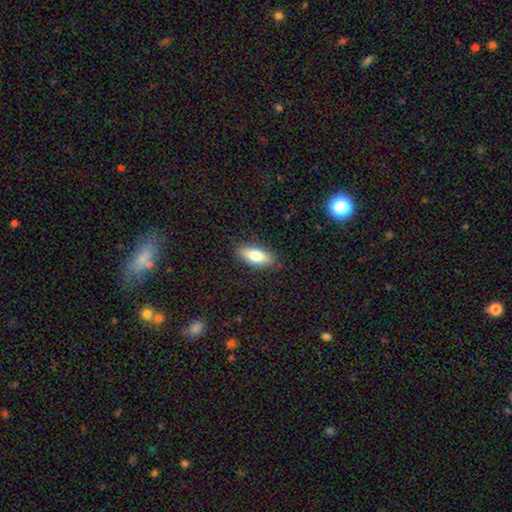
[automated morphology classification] Smooth or featured? Predicted: smooth (p=0.74). How rounded? Predicted: in between (p=0.80). Merging? Predicted: none (p=0.86).